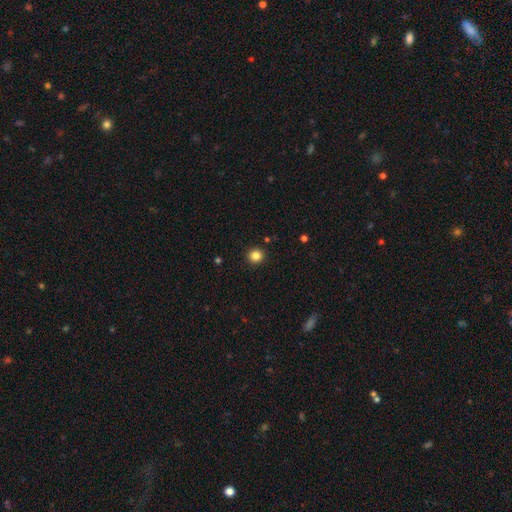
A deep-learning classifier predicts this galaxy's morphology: The model was most divided on "smooth or featured": smooth: 84%, star or artifact: 12%, featured or disk: 4%. More confident: merging — none (92%); how rounded — round (92%).